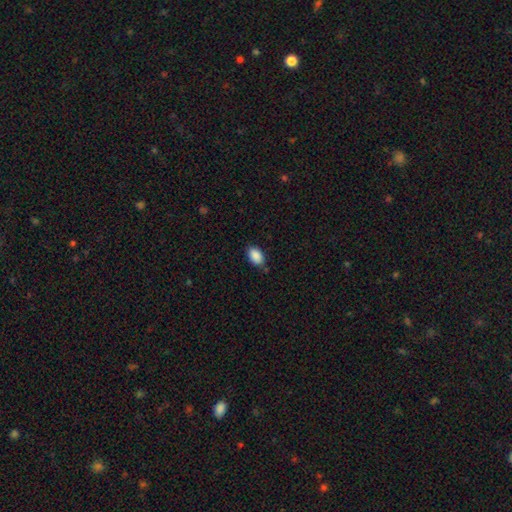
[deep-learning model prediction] smooth_or_featured: smooth (p=0.89) [alt: star or artifact p=0.07]
how_rounded: in between (p=0.90) [alt: round p=0.09]
merging: none (p=0.82) [alt: minor disturbance p=0.13]